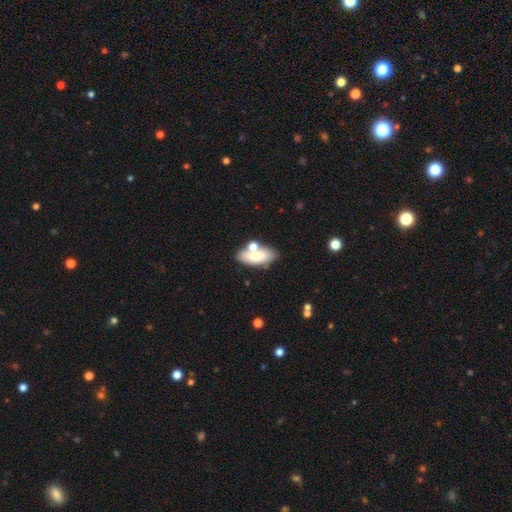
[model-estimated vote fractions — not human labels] Smooth or featured? smooth (68%)
How rounded? in between (83%)
Merging? none (56%)